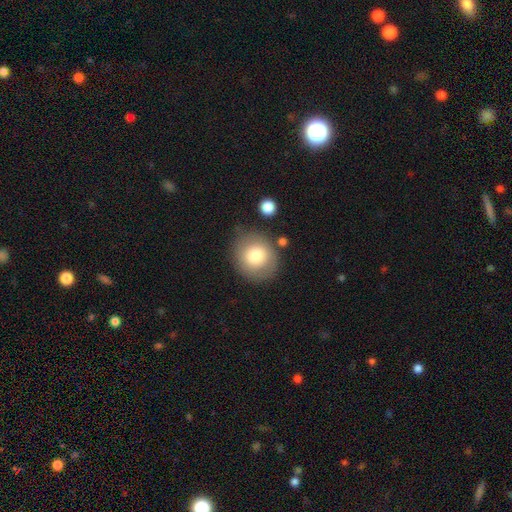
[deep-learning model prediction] smooth_or_featured: smooth (p=0.78) [alt: featured or disk p=0.15]
how_rounded: round (p=0.79) [alt: in between p=0.21]
merging: none (p=0.76) [alt: minor disturbance p=0.14]